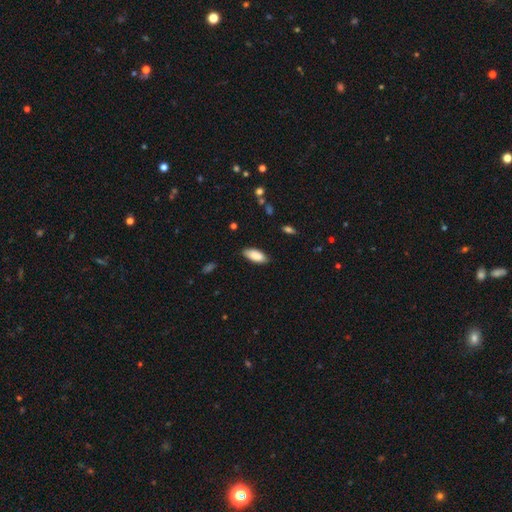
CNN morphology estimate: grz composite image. It shows a smooth galaxy with no disk features (88%) that is in between round and cigar-shaped (86%). Merging: none (84%).